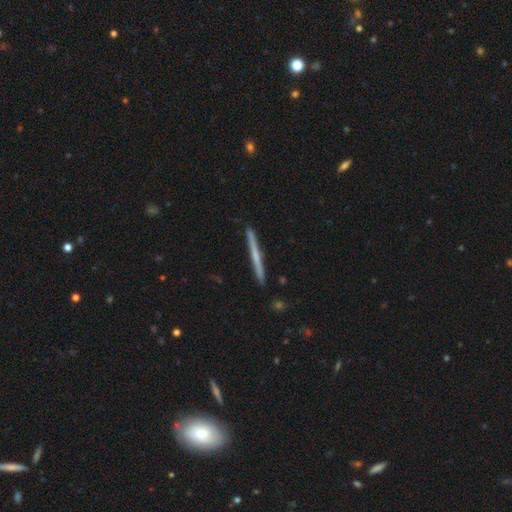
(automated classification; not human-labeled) Smooth or featured: featured or disk — 54% (smooth — 40%)
Edge-on disk: yes — 98% (no — 2%)
Edge-on bulge: none — 68% (rounded — 27%)
Merging: none — 92% (minor disturbance — 6%)